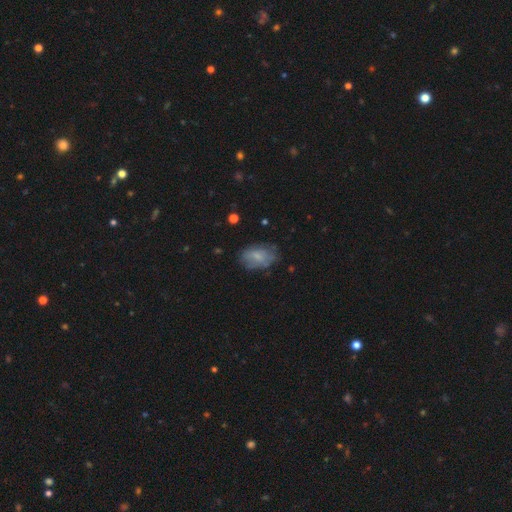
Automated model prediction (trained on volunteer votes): A smooth galaxy with no disk features (63%) that is in between round and cigar-shaped (89%).

Vote fractions:
- Smooth or featured? smooth: 63% / featured or disk: 27% / star or artifact: 10%
- How rounded? in between: 89% / round: 9% / cigar-shaped: 2%
- Merging? none: 66% / minor disturbance: 24% / major disturbance: 8% / merger: 2%